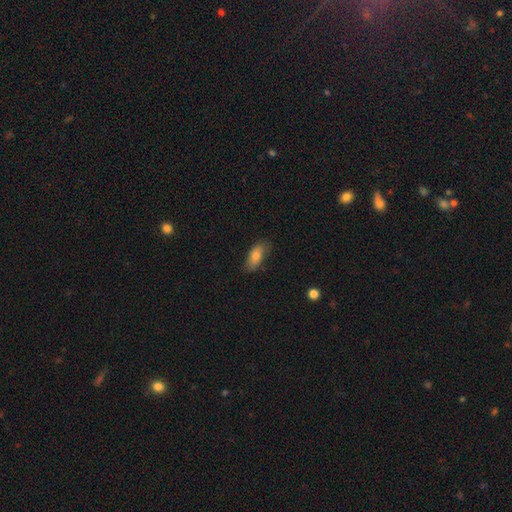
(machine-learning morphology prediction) A smooth galaxy with no disk features (75%) that is in between round and cigar-shaped (83%).

Vote fractions:
- Smooth or featured? smooth: 75% / featured or disk: 18% / star or artifact: 7%
- How rounded? in between: 83% / cigar-shaped: 14% / round: 3%
- Merging? none: 76% / minor disturbance: 19% / major disturbance: 4% / merger: 1%